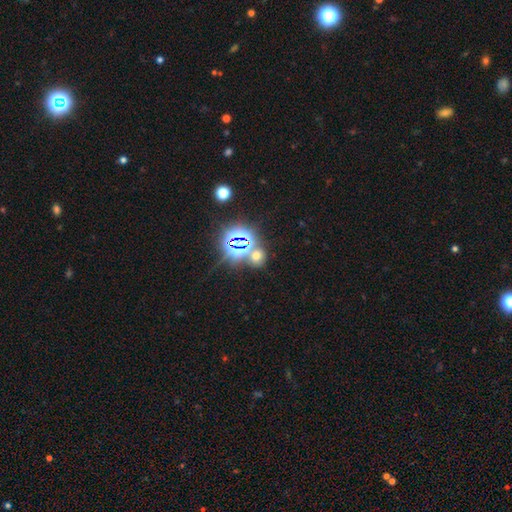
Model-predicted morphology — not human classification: Smooth or featured? Predicted: star or artifact (p=0.51).